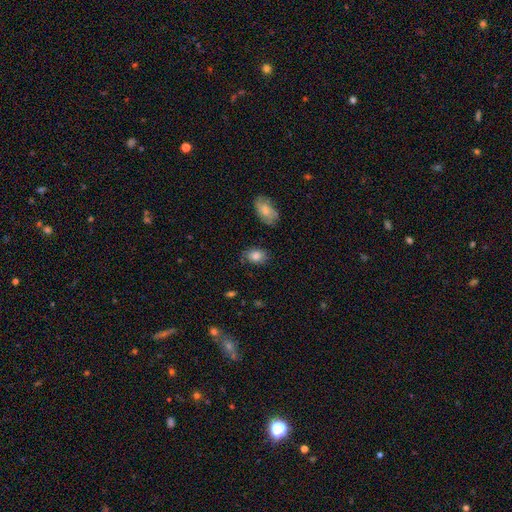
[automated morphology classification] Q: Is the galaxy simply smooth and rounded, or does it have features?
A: smooth — 81%.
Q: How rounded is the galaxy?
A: in between — 77%.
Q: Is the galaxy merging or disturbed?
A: none — 73%.